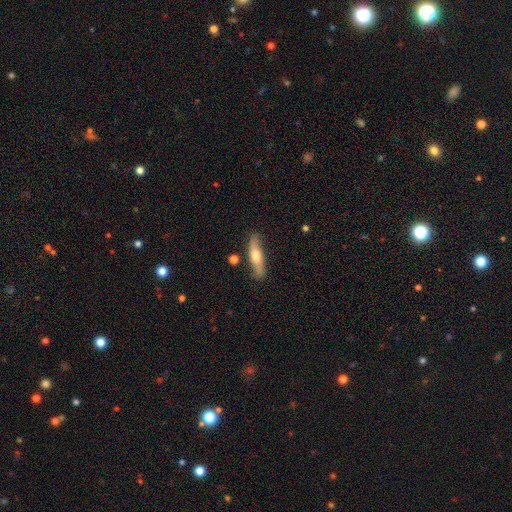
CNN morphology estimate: smooth_or_featured: smooth (p=0.48) [alt: featured or disk p=0.46]
merging: none (p=0.80) [alt: minor disturbance p=0.15]